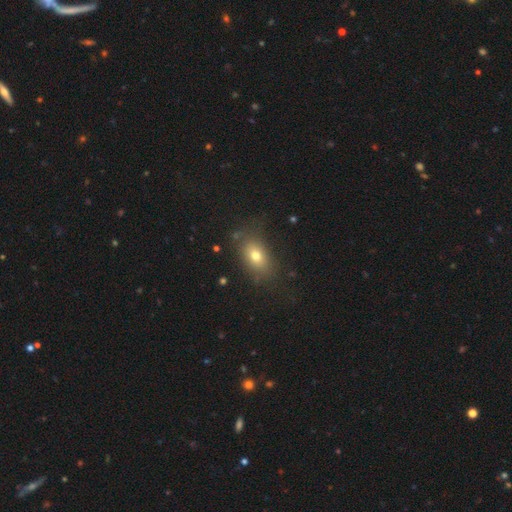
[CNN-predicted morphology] smooth-or-featured: smooth: 73% | featured or disk: 15% | star or artifact: 12%
  how-rounded: in between: 81% | round: 17% | cigar-shaped: 3%
  merging: none: 76% | minor disturbance: 16% | major disturbance: 6% | merger: 2%